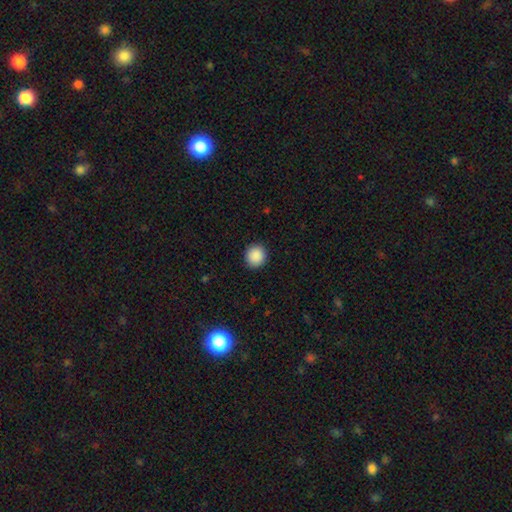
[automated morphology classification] Smooth or featured? smooth (90%)
How rounded? round (91%)
Merging? none (92%)